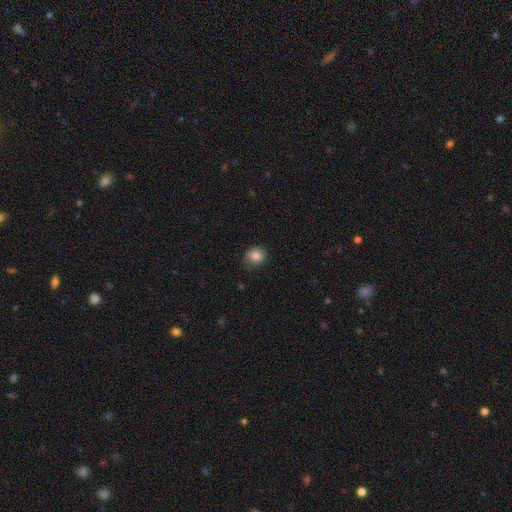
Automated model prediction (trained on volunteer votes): Smooth or featured: smooth — 82% (star or artifact — 10%)
How rounded: round — 72% (in between — 27%)
Merging: none — 65% (minor disturbance — 27%)